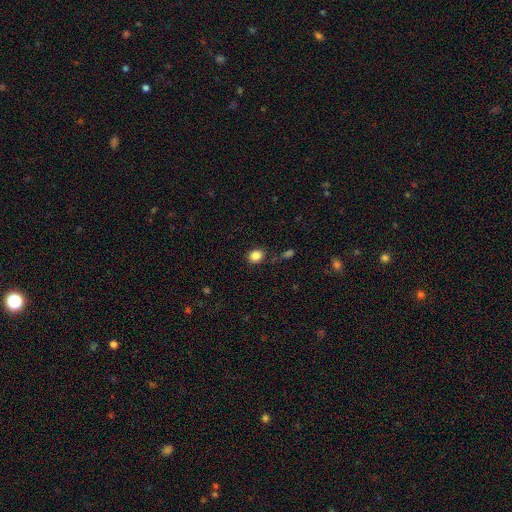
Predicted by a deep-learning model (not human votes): A smooth galaxy with no disk features (84%) that is round (70%).

Vote fractions:
- Smooth or featured? smooth: 84% / star or artifact: 11% / featured or disk: 5%
- How rounded? round: 70% / in between: 29% / cigar-shaped: 1%
- Merging? none: 80% / minor disturbance: 12% / major disturbance: 4% / merger: 4%